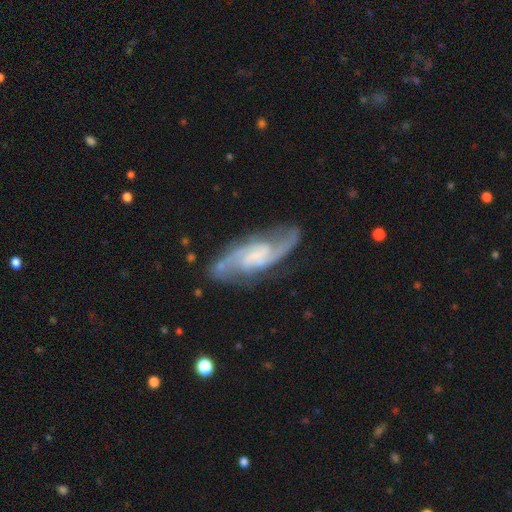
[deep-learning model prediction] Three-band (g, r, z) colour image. It shows a featured or disk galaxy (89%) with a weak bar (48%), 2 (87%) medium (55%) spiral arms (98%) and a small central bulge (44%). Merging: none (77%).